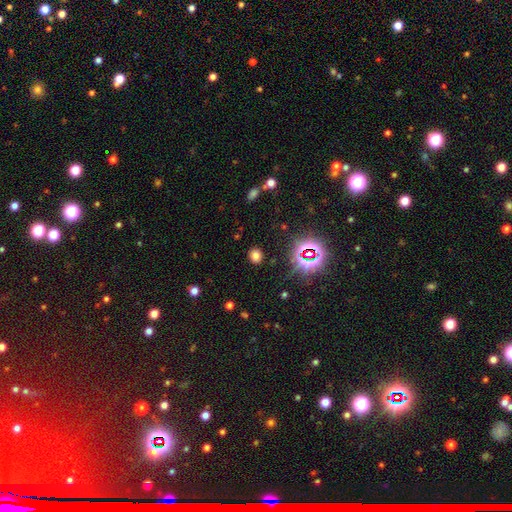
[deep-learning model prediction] Overall: smooth (67%). How rounded: round (63%; in between 36%). Merging: none (87%).